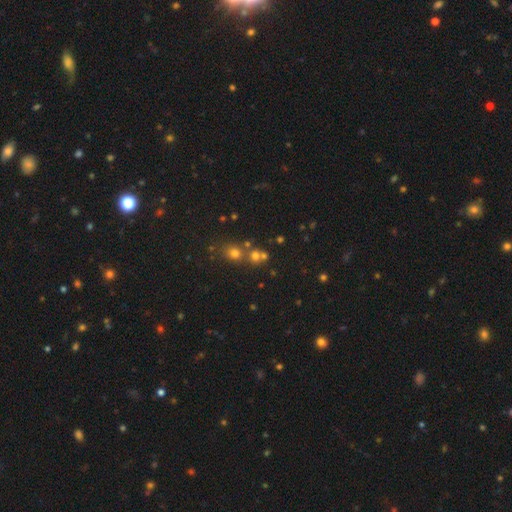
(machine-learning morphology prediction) Smooth or featured: smooth — 54% (star or artifact — 34%)
How rounded: round — 83% (in between — 16%)
Merging: none — 56% (merger — 34%)